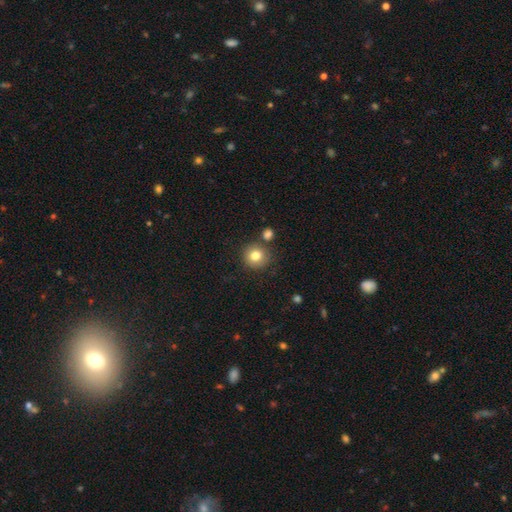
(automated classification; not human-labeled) Overall: smooth (82%). How rounded: round (91%). Merging: none (79%).